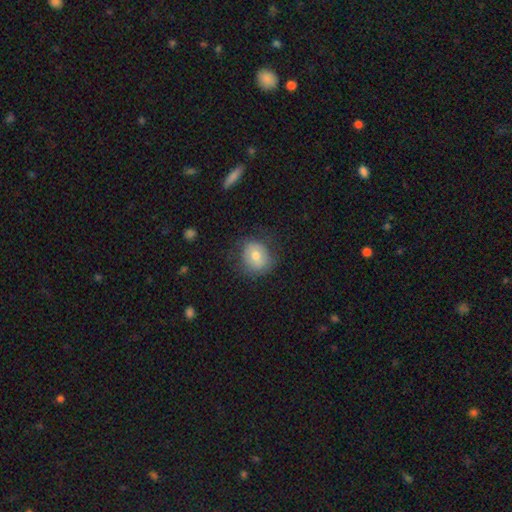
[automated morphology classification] smooth 69%, featured or disk 22%, star or artifact 9%. Down the decision tree: how rounded — round (68%); merging — none (74%).